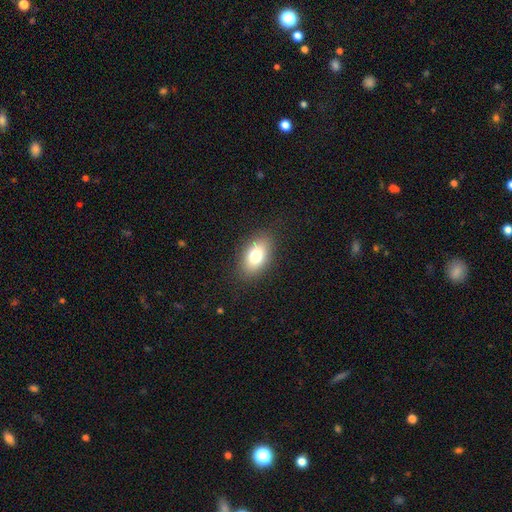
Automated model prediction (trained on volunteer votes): The model was most divided on "smooth or featured": smooth: 78%, featured or disk: 13%, star or artifact: 9%. More confident: how rounded — in between (90%); merging — none (86%).